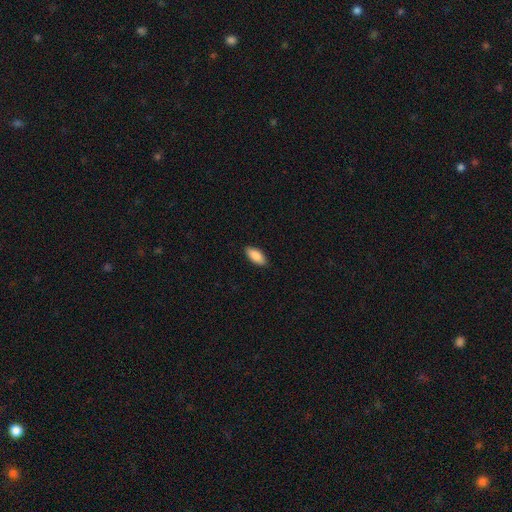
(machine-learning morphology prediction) Overall: smooth (88%). How rounded: in between (87%). Merging: none (89%).